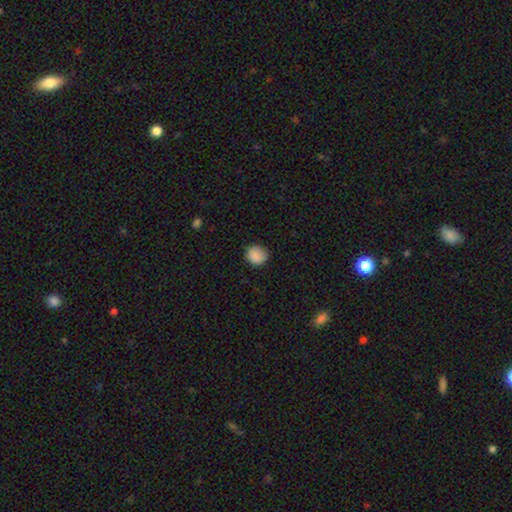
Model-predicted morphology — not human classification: The model was most divided on "merging": none: 80%, minor disturbance: 16%, major disturbance: 3%, merger: 1%. More confident: smooth or featured — smooth (88%); how rounded — round (83%).